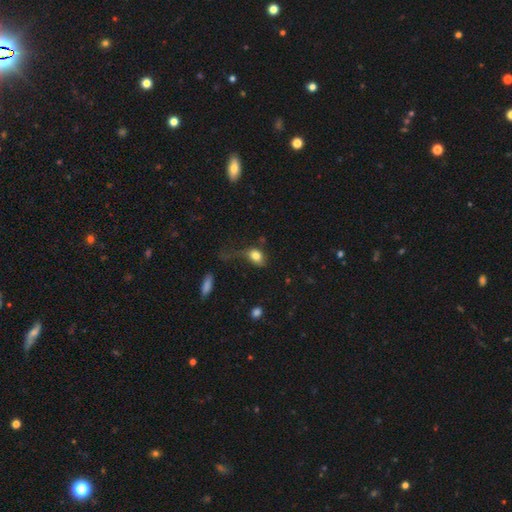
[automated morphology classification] This is clearly a smooth galaxy (80%). How rounded: likely in between (70%). Merging: marginally none (36%).